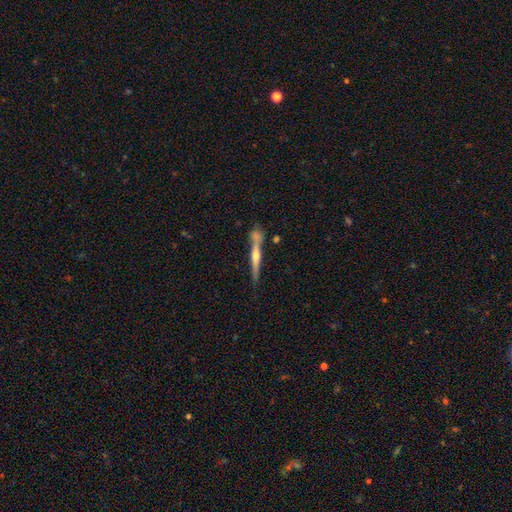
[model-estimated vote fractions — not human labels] This is likely a featured or disk galaxy (65%). It is clearly viewed edge-on (96%). Edge-on bulge: likely rounded (77%). Merging: likely none (67%).